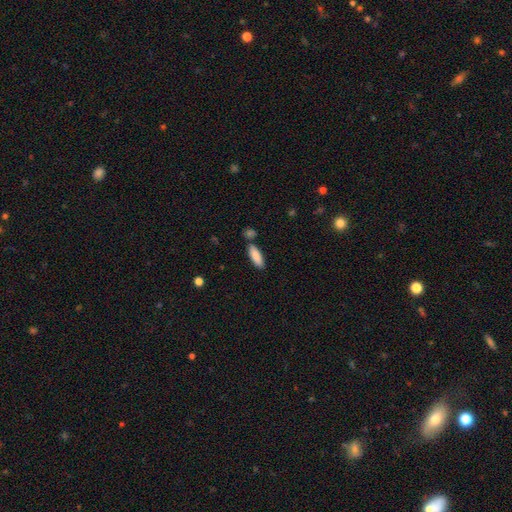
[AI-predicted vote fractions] smooth-or-featured: smooth: 87% | featured or disk: 7% | star or artifact: 6%
  how-rounded: in between: 57% | cigar-shaped: 41% | round: 2%
  merging: none: 76% | minor disturbance: 11% | merger: 10% | major disturbance: 3%